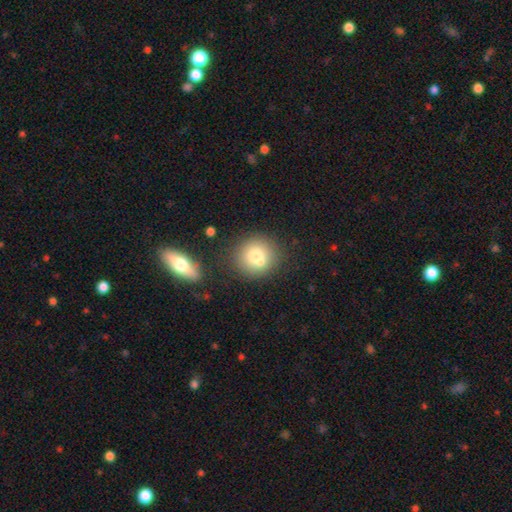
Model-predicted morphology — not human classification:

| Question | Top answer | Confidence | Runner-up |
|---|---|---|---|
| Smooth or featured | smooth | 72% | featured or disk (17%) |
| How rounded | round | 88% | in between (11%) |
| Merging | none | 61% | merger (23%) |